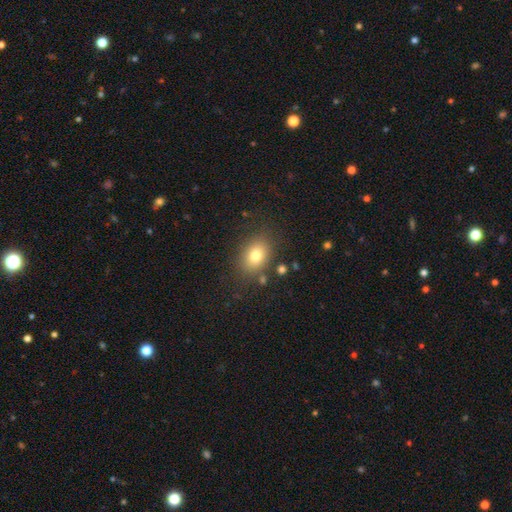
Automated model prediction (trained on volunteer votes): Smooth or featured? Predicted: smooth (p=0.77). How rounded? Predicted: in between (p=0.67). Merging? Predicted: none (p=0.81).